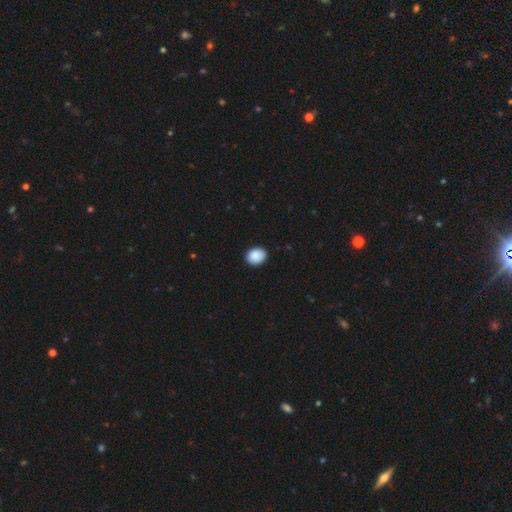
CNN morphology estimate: A smooth galaxy with no disk features (90%) that is in between round and cigar-shaped (53%).

Vote fractions:
- Smooth or featured? smooth: 90% / star or artifact: 7% / featured or disk: 3%
- How rounded? in between: 53% / round: 46% / cigar-shaped: 1%
- Merging? none: 90% / minor disturbance: 8% / major disturbance: 2% / merger: 1%